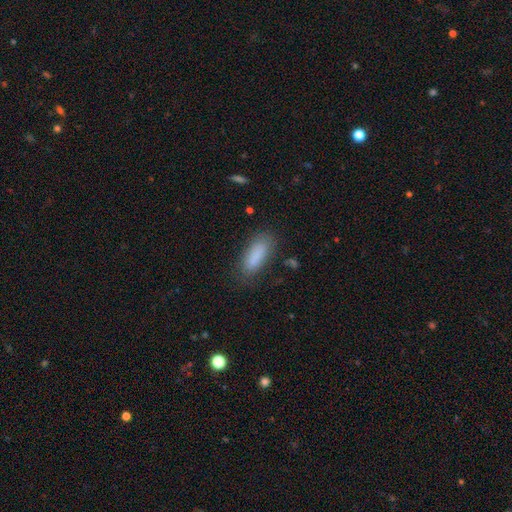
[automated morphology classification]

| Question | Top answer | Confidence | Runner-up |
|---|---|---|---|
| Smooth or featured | smooth | 85% | star or artifact (8%) |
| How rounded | in between | 64% | cigar-shaped (34%) |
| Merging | none | 80% | minor disturbance (14%) |